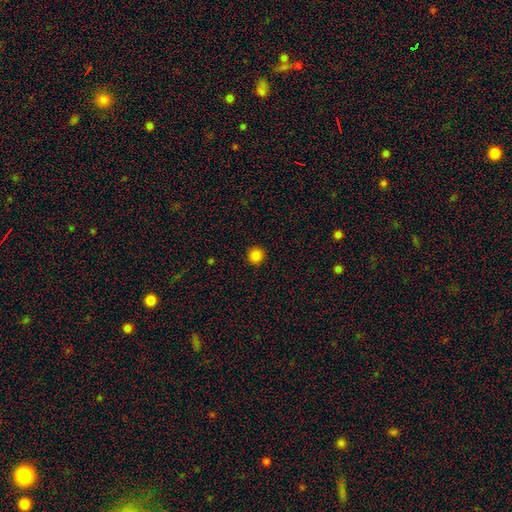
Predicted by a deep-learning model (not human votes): This appears to be a smooth galaxy with no disk features (85%) that is round (95%). Merging: none (93%).